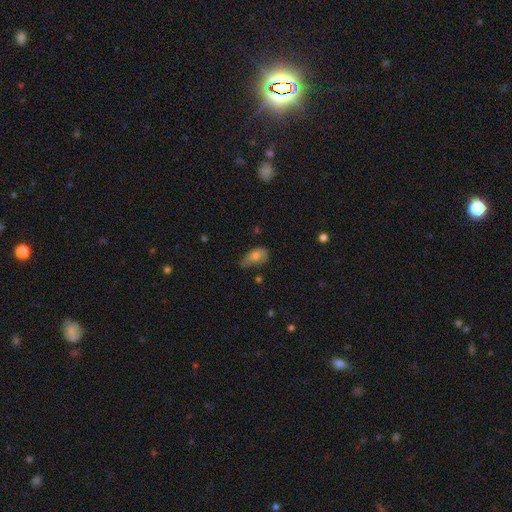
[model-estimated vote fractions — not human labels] Smooth or featured? smooth (67%)
How rounded? in between (87%)
Merging? minor disturbance (44%)